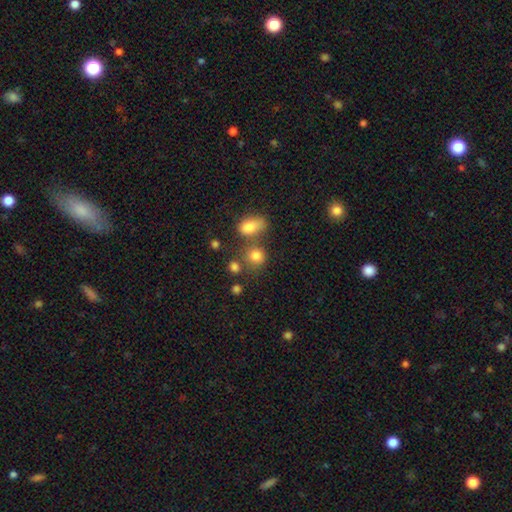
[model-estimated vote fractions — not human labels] A smooth galaxy with no disk features (80%) that is round (75%). Merging: none (57%).